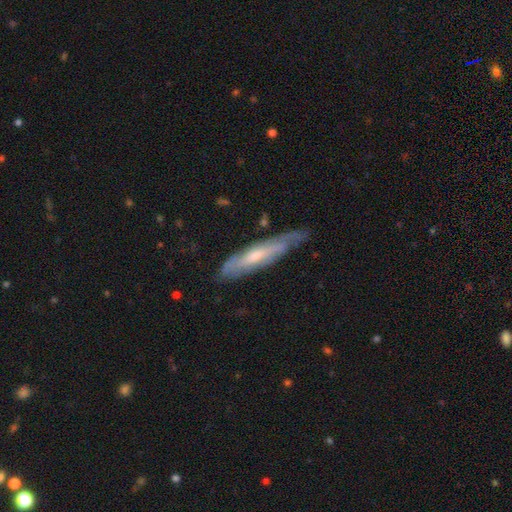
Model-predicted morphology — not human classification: Q: Smooth or featured?
A: featured or disk (62%); runner-up: smooth (30%)
Q: Edge-on disk?
A: yes (62%); runner-up: no (38%)
Q: Merging?
A: none (68%); runner-up: minor disturbance (24%)